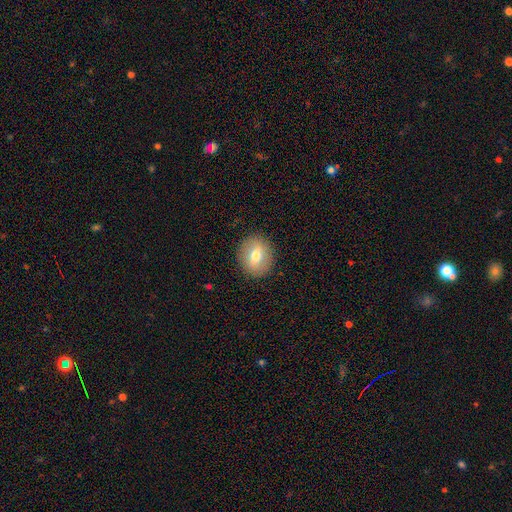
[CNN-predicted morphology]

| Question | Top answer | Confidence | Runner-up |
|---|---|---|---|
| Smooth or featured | smooth | 63% | featured or disk (28%) |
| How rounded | round | 70% | in between (29%) |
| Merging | none | 89% | minor disturbance (8%) |